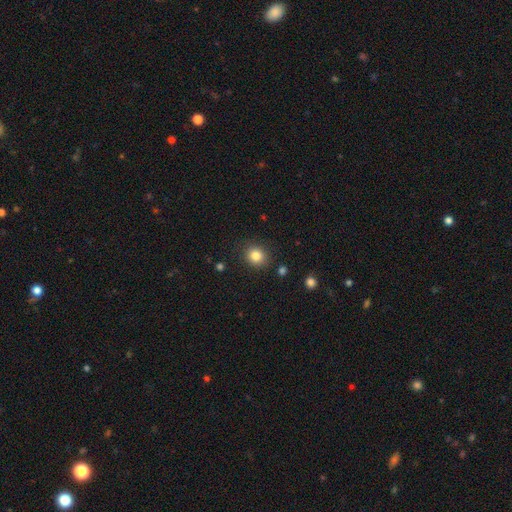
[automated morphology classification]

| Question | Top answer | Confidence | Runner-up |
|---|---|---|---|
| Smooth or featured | smooth | 83% | star or artifact (11%) |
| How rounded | round | 77% | in between (22%) |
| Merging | none | 86% | minor disturbance (9%) |